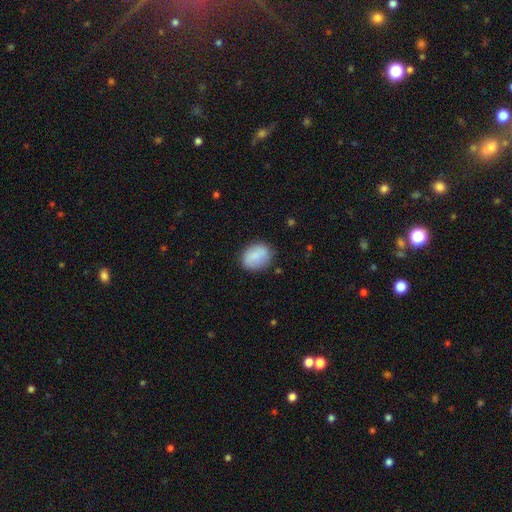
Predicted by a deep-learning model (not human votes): smooth 83%, featured or disk 10%, star or artifact 7%. Down the decision tree: how rounded — in between (62%); merging — none (79%).